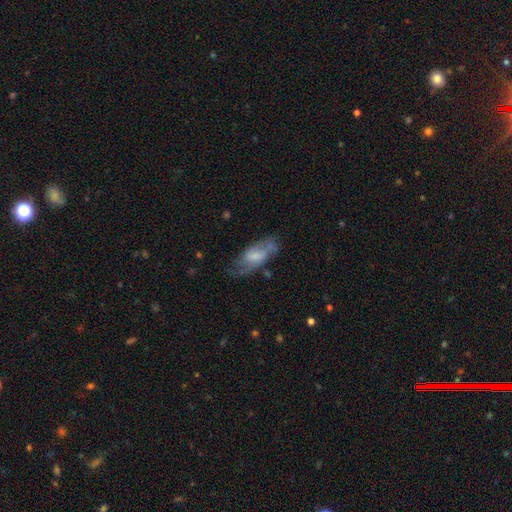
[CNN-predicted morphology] type=featured or disk (58%); edge-on=no (88%); bar=no (47%); spiral arms=yes (79%); bulge=small (35%); merging=none (59%).